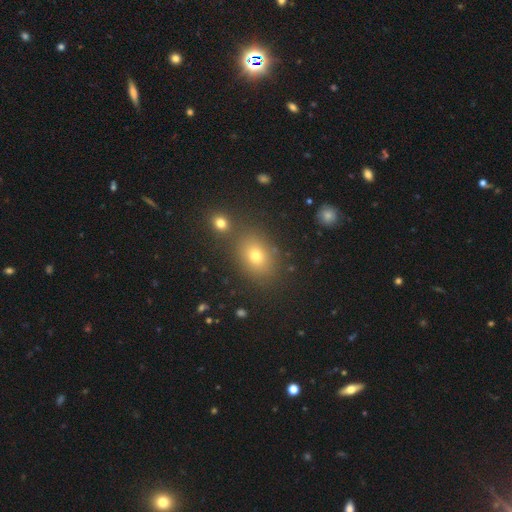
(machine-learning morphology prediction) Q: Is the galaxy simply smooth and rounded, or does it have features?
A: smooth — 64%.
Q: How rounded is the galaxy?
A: in between — 54%.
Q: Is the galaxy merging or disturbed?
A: none — 78%.